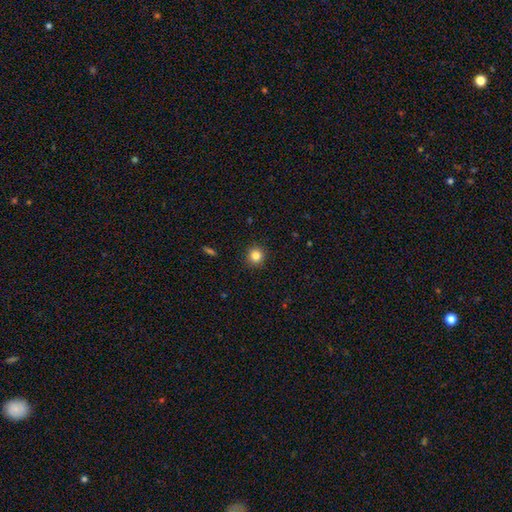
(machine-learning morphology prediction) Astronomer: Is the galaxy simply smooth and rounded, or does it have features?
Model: smooth — 83%.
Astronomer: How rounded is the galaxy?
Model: round — 94%.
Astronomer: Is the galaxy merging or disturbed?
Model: none — 92%.